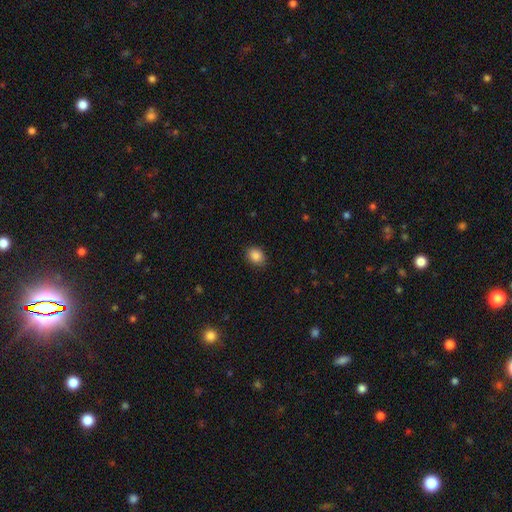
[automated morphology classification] The model was most divided on "how rounded": in between: 51%, round: 48%, cigar-shaped: 1%. More confident: merging — none (87%); smooth or featured — smooth (87%).